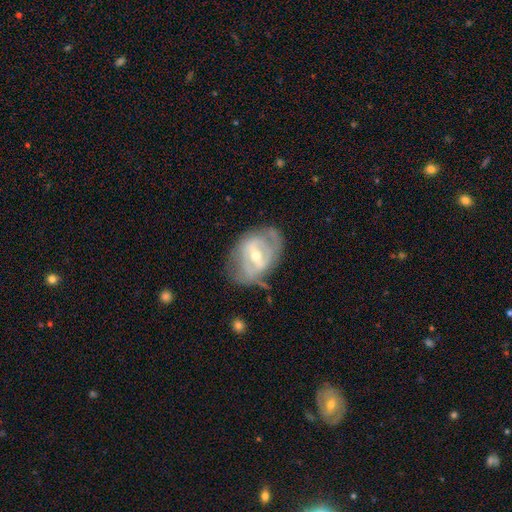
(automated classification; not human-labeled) smooth-or-featured: featured or disk: 79% | smooth: 15% | star or artifact: 6%
  disk-edge-on: no: 95% | yes: 5%
    bar: strong: 45% | weak: 41% | no: 14%
    has-spiral-arms: yes: 71% | no: 29%
      spiral-winding: tight: 45% | medium: 38% | loose: 17%
      spiral-arm-count: 2: 54% | can't tell: 30% | 3: 7% | 1: 5% | 4: 2% | more than 4: 2%
    bulge-size: moderate: 61% | small: 35% | large: 3% | none: 1% | dominant: 1%
  merging: none: 60% | minor disturbance: 25% | major disturbance: 13% | merger: 2%